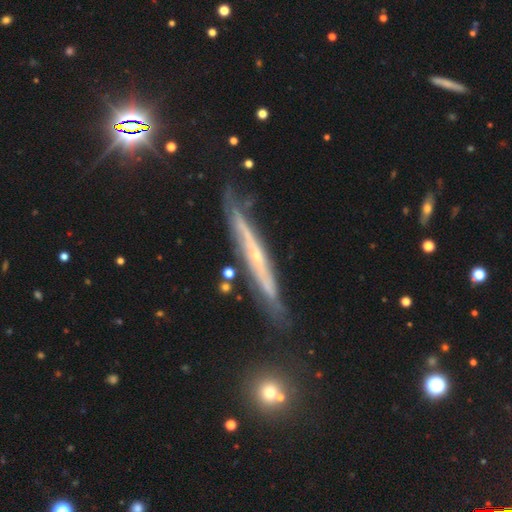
A featured or disk galaxy (83%) viewed edge-on (73%) with a rounded central bulge (73%).

Vote fractions:
- Smooth or featured? featured or disk: 83% / smooth: 11% / star or artifact: 6%
- Edge-on disk? yes: 73% / no: 27%
- Edge-on bulge? rounded: 73% / none: 23% / boxy: 5%
- Merging? none: 62% / minor disturbance: 24% / major disturbance: 12% / merger: 3%